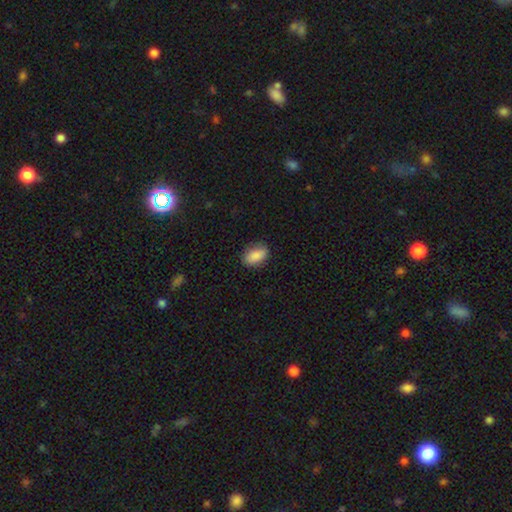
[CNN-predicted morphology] type=smooth (87%); roundness=in between (88%); merging=none (81%).